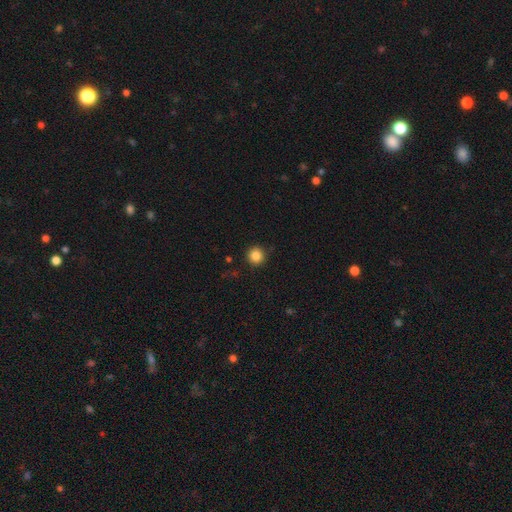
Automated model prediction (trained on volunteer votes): A smooth galaxy with no disk features (84%) that is round (95%). Merging: none (90%).